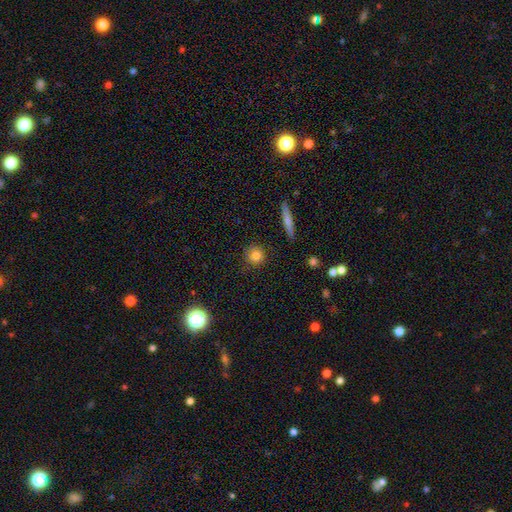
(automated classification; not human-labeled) A smooth galaxy with no disk features (82%) that is round (89%).

Vote fractions:
- Smooth or featured? smooth: 82% / star or artifact: 10% / featured or disk: 8%
- How rounded? round: 89% / in between: 9% / cigar-shaped: 3%
- Merging? none: 86% / minor disturbance: 9% / major disturbance: 2% / merger: 2%